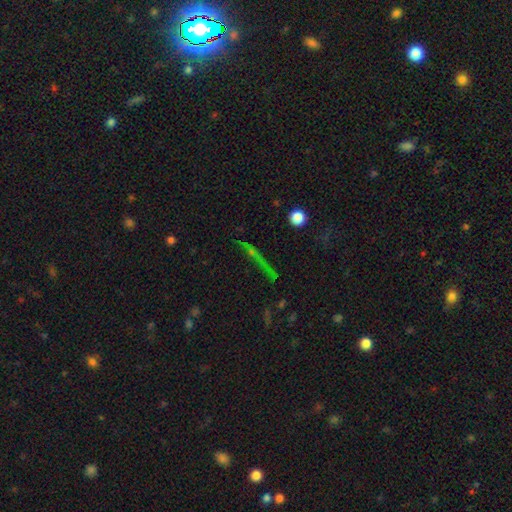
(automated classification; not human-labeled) Smooth or featured: star or artifact — 42% (featured or disk — 37%)